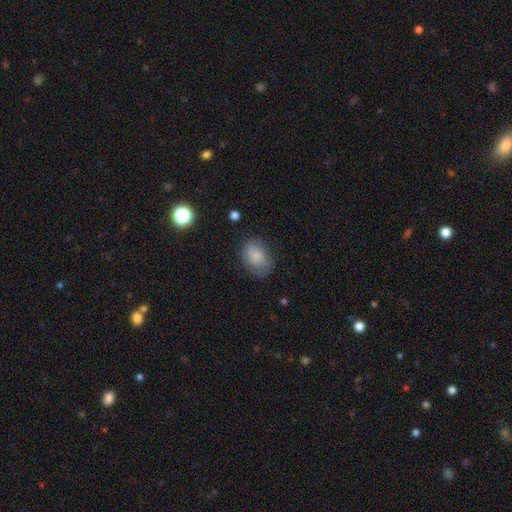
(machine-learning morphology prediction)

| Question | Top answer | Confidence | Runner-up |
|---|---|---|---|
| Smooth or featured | smooth | 82% | featured or disk (10%) |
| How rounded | in between | 72% | round (27%) |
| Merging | none | 73% | minor disturbance (20%) |